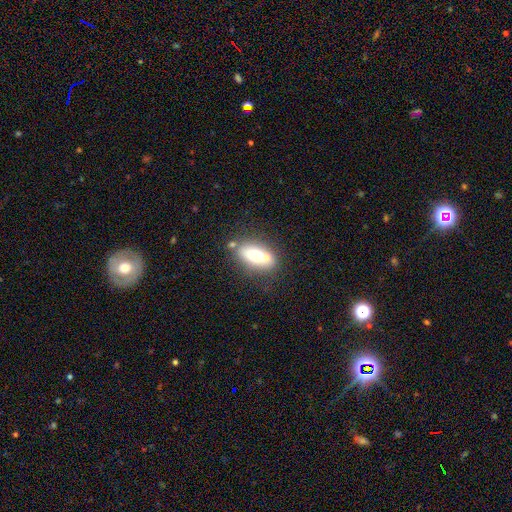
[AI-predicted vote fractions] Smooth or featured? smooth (66%)
How rounded? in between (81%)
Merging? none (50%)